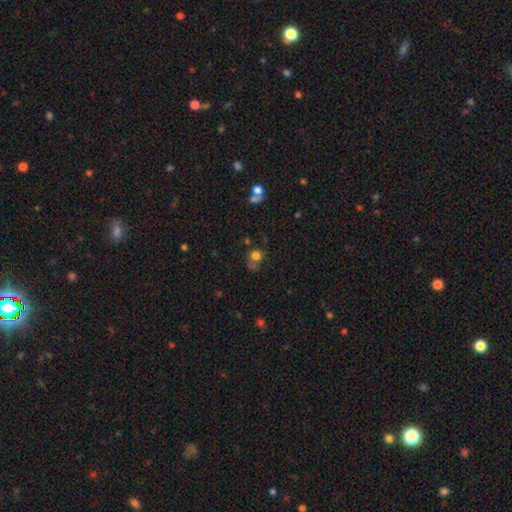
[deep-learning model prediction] Q: Smooth or featured?
A: smooth (74%); runner-up: star or artifact (16%)
Q: How rounded?
A: round (75%); runner-up: in between (24%)
Q: Merging?
A: none (44%); runner-up: minor disturbance (20%)